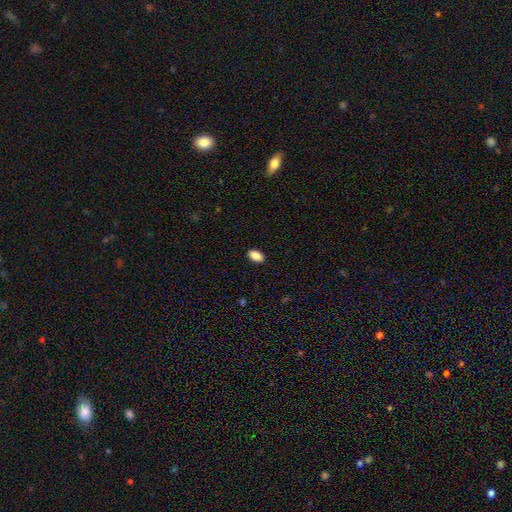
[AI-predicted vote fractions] Morphology: type=smooth (90%); roundness=in between (92%); merging=none (90%).